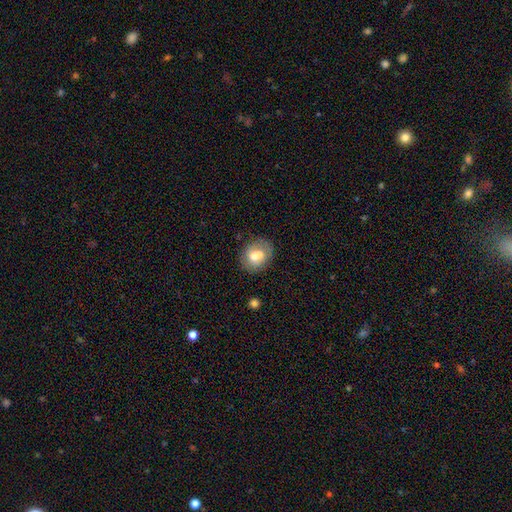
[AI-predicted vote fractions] Overall: smooth (68%). How rounded: in between (60%; round 38%). Merging: none (74%).